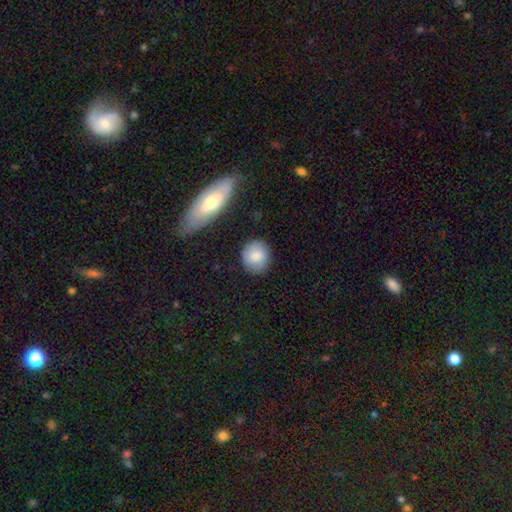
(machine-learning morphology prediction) This is clearly a smooth galaxy (83%). How rounded: clearly round (82%). Merging: clearly none (84%).